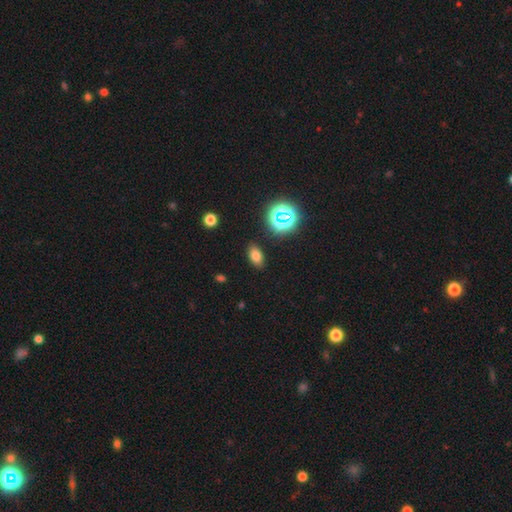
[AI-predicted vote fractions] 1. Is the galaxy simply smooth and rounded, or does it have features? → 71% smooth, 19% star or artifact, 9% featured or disk.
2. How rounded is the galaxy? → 86% in between, 11% round, 3% cigar-shaped.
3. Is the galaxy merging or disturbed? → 88% none, 8% minor disturbance, 3% major disturbance, 1% merger.